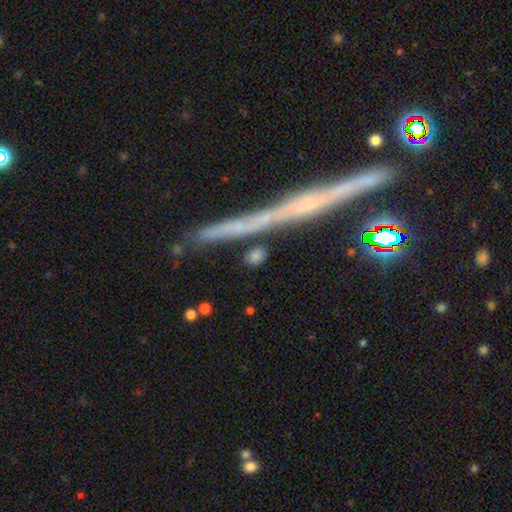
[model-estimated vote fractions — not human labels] Overall: smooth (78%). How rounded: in between (42%; round 36%). Merging: none (81%).